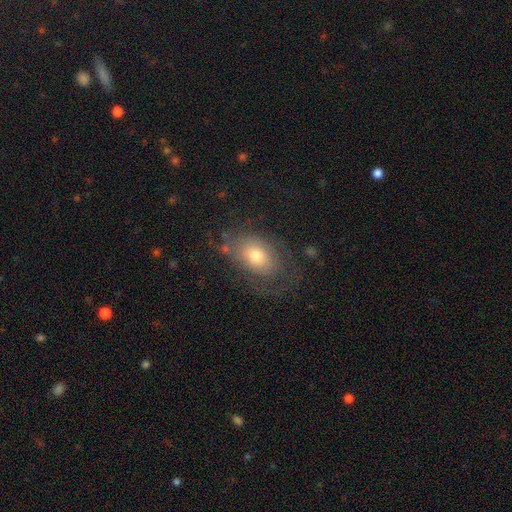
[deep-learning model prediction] Smooth or featured: smooth — 48% (featured or disk — 42%)
Merging: none — 57% (minor disturbance — 23%)